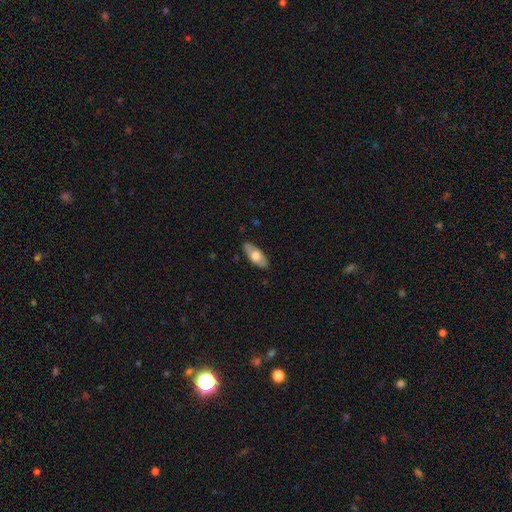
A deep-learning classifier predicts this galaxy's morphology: A smooth galaxy with no disk features (61%) that is in between round and cigar-shaped (86%). Merging: none (83%).